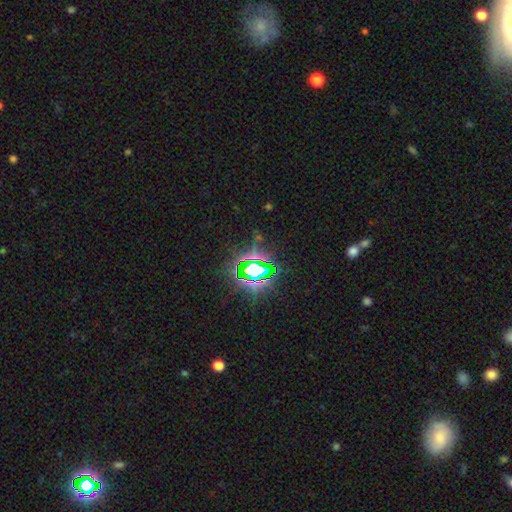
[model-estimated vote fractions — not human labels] Smooth or featured: star or artifact — 81% (smooth — 11%)